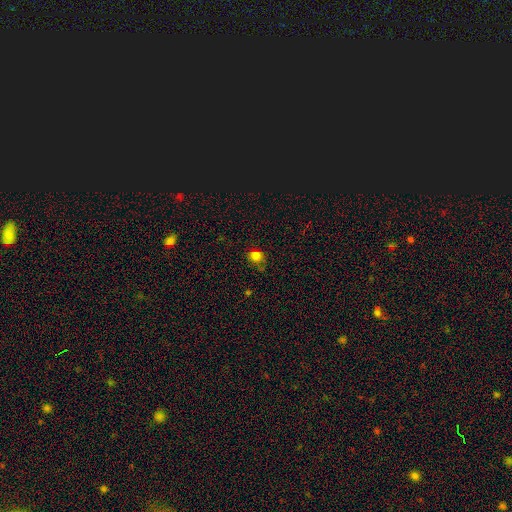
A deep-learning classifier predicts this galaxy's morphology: Smooth or featured? smooth (80%)
How rounded? round (65%)
Merging? none (63%)